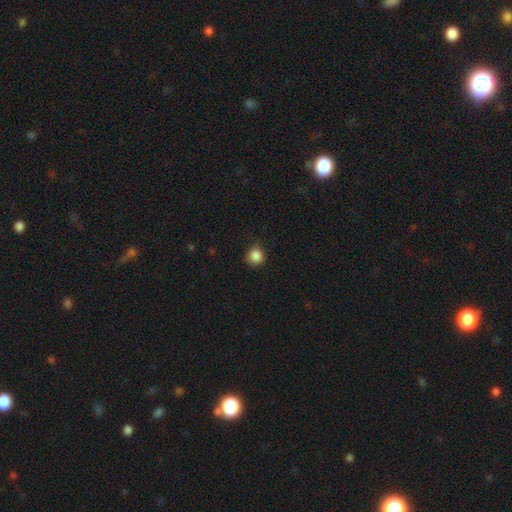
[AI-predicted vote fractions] Smooth or featured? smooth (86%)
How rounded? round (91%)
Merging? none (80%)